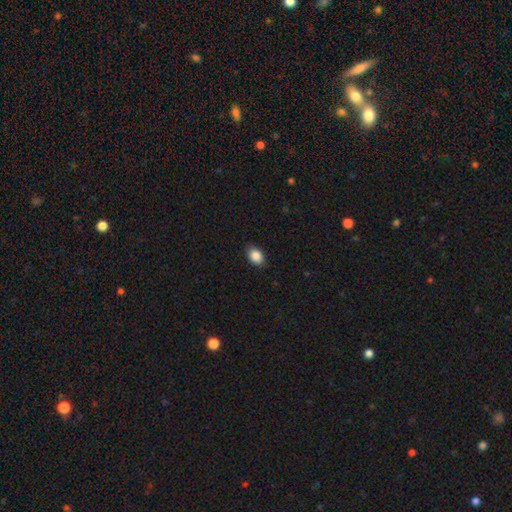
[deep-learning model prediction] This is clearly a smooth galaxy (88%). How rounded: clearly in between (80%). Merging: clearly none (85%).